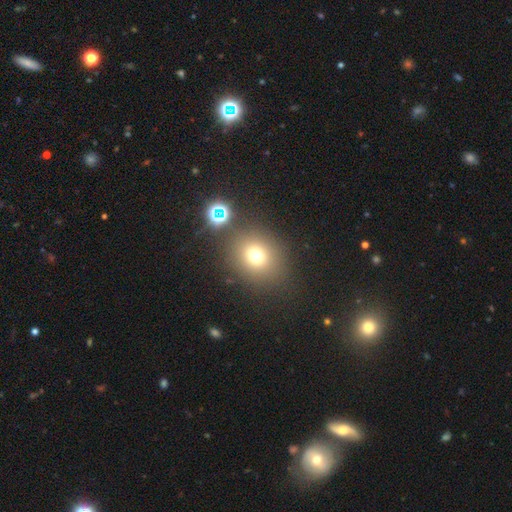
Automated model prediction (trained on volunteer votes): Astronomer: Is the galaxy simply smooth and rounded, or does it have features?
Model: smooth — 71%.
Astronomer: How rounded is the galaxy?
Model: round — 77%.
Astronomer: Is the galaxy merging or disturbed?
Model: none — 79%.